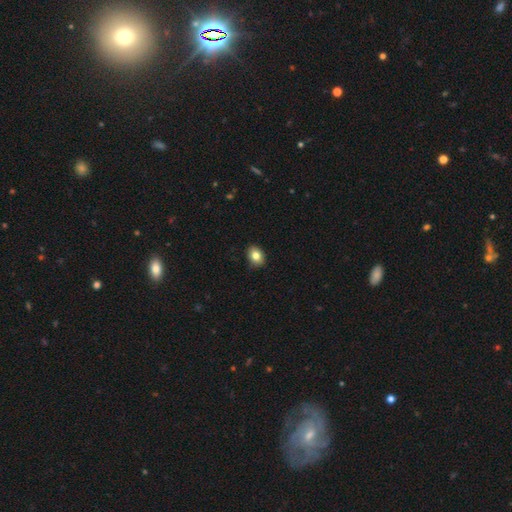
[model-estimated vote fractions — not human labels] smooth_or_featured: smooth (p=0.82) [alt: star or artifact p=0.09]
how_rounded: in between (p=0.62) [alt: round p=0.38]
merging: none (p=0.87) [alt: minor disturbance p=0.10]